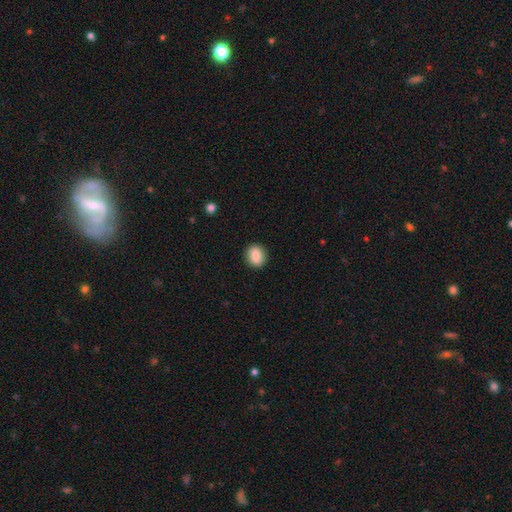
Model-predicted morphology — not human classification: Smooth or featured? Predicted: smooth (p=0.85). How rounded? Predicted: round (p=0.60). Merging? Predicted: none (p=0.90).